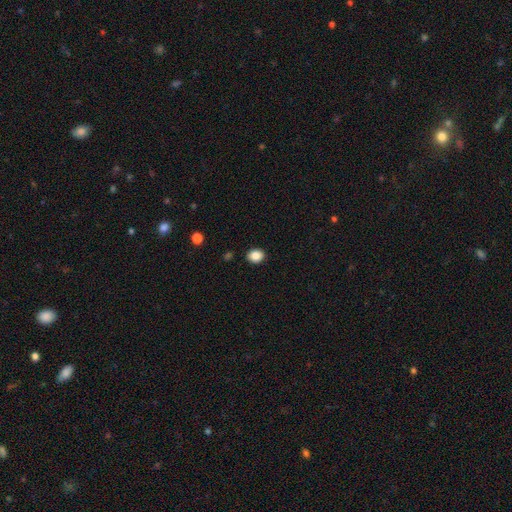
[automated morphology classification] smooth-or-featured: smooth: 87% | star or artifact: 9% | featured or disk: 4%
  how-rounded: round: 59% | in between: 40% | cigar-shaped: 1%
  merging: none: 90% | minor disturbance: 7% | major disturbance: 2% | merger: 1%